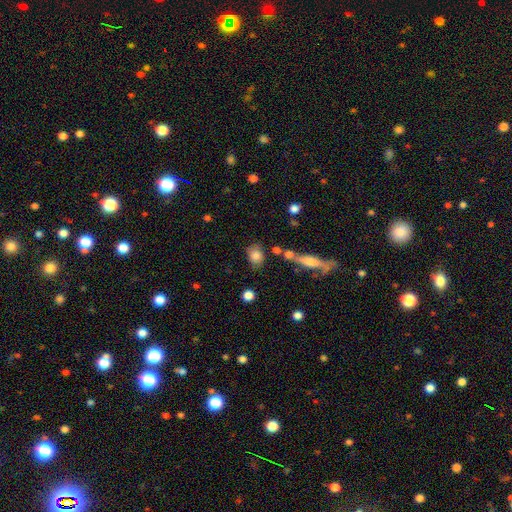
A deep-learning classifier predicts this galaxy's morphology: Smooth or featured? Predicted: smooth (p=0.80). How rounded? Predicted: in between (p=0.65). Merging? Predicted: none (p=0.69).